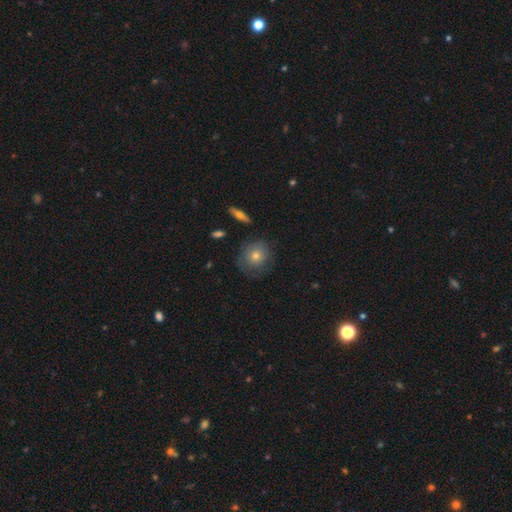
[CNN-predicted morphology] The model was most divided on "smooth or featured": smooth: 61%, featured or disk: 28%, star or artifact: 11%. More confident: how rounded — round (87%); merging — none (75%).